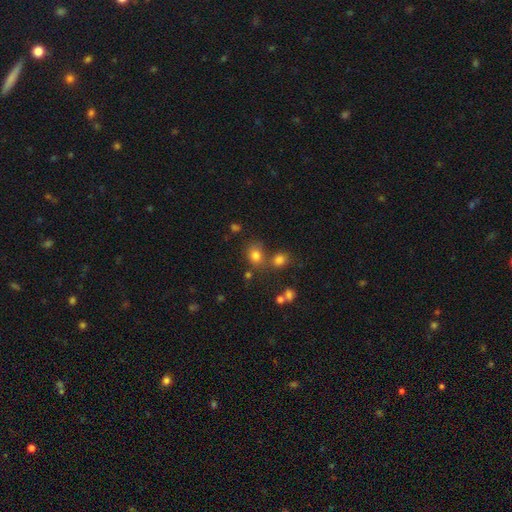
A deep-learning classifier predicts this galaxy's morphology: A smooth galaxy with no disk features (77%) that is round (59%).

Vote fractions:
- Smooth or featured? smooth: 77% / star or artifact: 15% / featured or disk: 8%
- How rounded? round: 59% / in between: 40% / cigar-shaped: 1%
- Merging? none: 57% / merger: 25% / minor disturbance: 12% / major disturbance: 5%